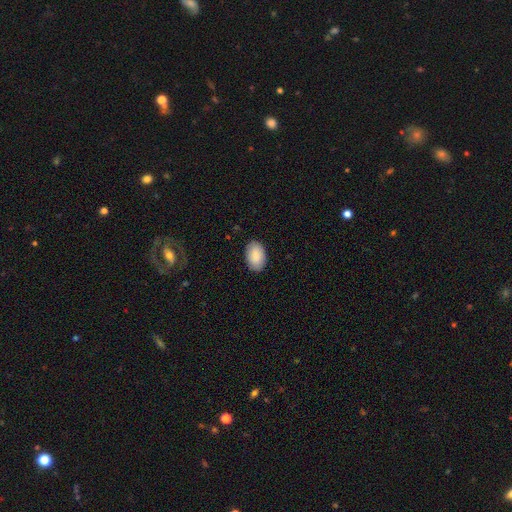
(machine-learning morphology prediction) Overall: smooth (89%). How rounded: in between (92%). Merging: none (87%).